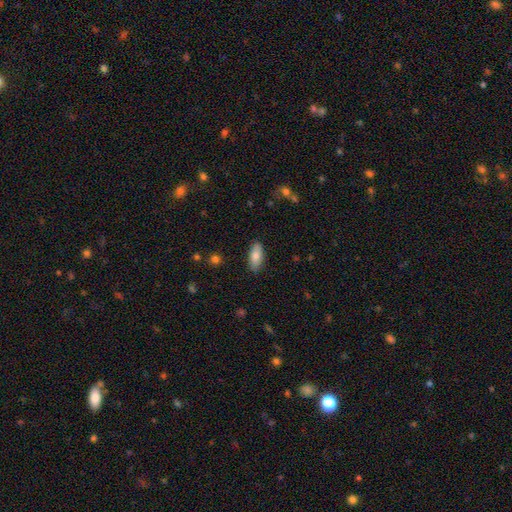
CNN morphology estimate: smooth-or-featured: smooth: 81% | featured or disk: 13% | star or artifact: 6%
  how-rounded: in between: 82% | cigar-shaped: 15% | round: 2%
  merging: none: 88% | minor disturbance: 9% | major disturbance: 2% | merger: 1%